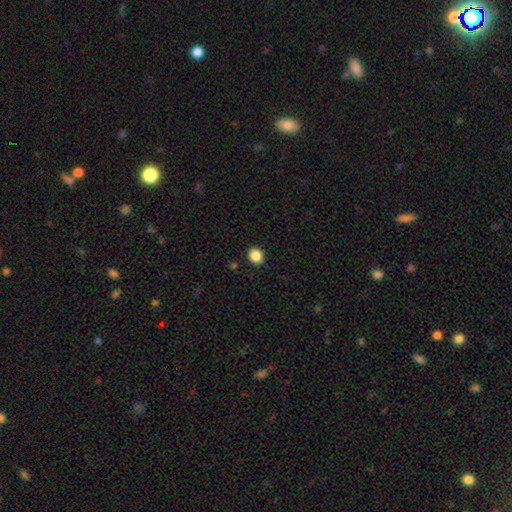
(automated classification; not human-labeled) Smooth or featured? Predicted: smooth (p=0.87). How rounded? Predicted: round (p=0.74). Merging? Predicted: none (p=0.91).